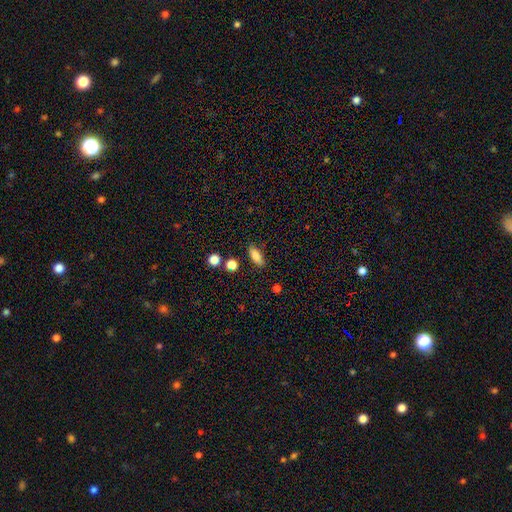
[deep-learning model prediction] Smooth or featured? Predicted: smooth (p=0.83). How rounded? Predicted: in between (p=0.72). Merging? Predicted: none (p=0.83).